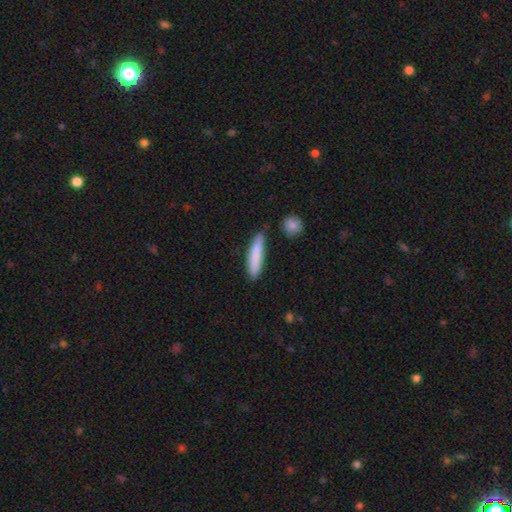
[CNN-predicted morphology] A smooth galaxy with no disk features (84%) that is cigar-shaped (84%). Merging: none (84%).